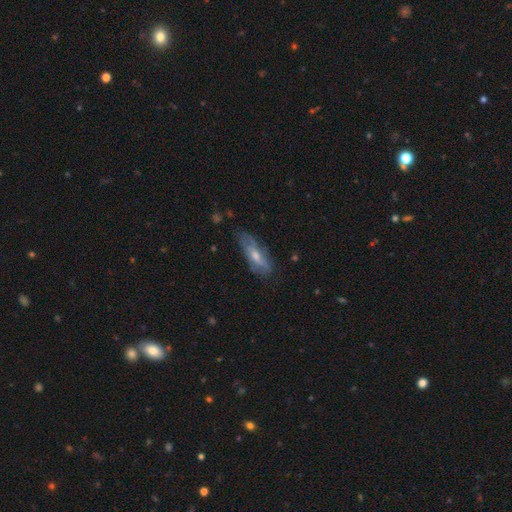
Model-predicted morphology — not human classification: smooth_or_featured: featured or disk (p=0.54) [alt: smooth p=0.39]
disk_edge_on: no (p=0.74) [alt: yes p=0.26]
merging: none (p=0.61) [alt: minor disturbance p=0.27]